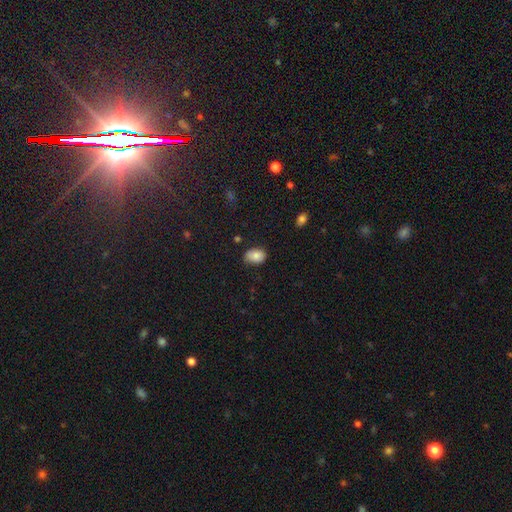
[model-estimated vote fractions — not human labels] Smooth or featured? Predicted: smooth (p=0.84). How rounded? Predicted: in between (p=0.84). Merging? Predicted: none (p=0.72).